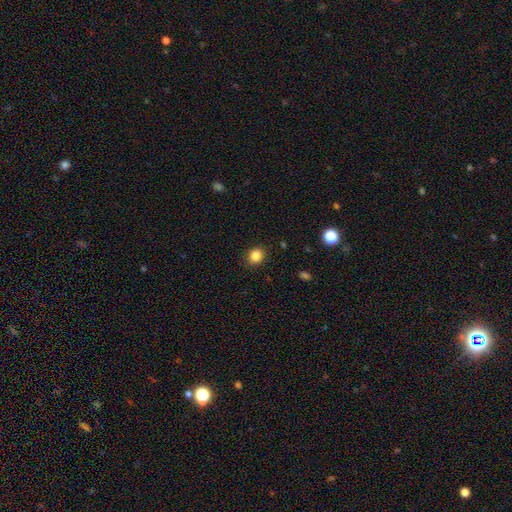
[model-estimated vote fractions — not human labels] A smooth galaxy with no disk features (85%) that is round (75%).

Vote fractions:
- Smooth or featured? smooth: 85% / star or artifact: 11% / featured or disk: 4%
- How rounded? round: 75% / in between: 24% / cigar-shaped: 1%
- Merging? none: 89% / minor disturbance: 8% / major disturbance: 2% / merger: 1%